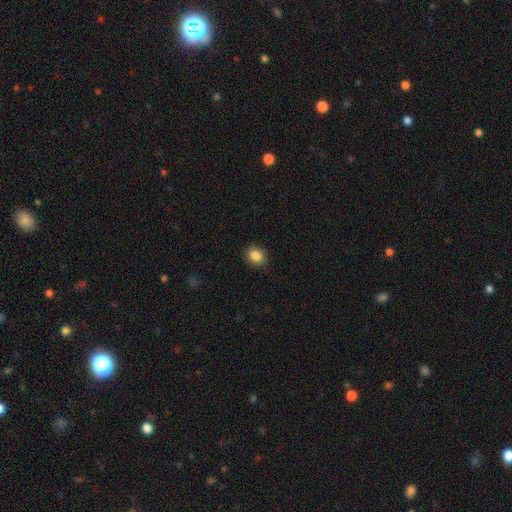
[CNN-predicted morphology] The model was most divided on "how rounded": round: 51%, in between: 48%, cigar-shaped: 1%. More confident: merging — none (89%); smooth or featured — smooth (86%).